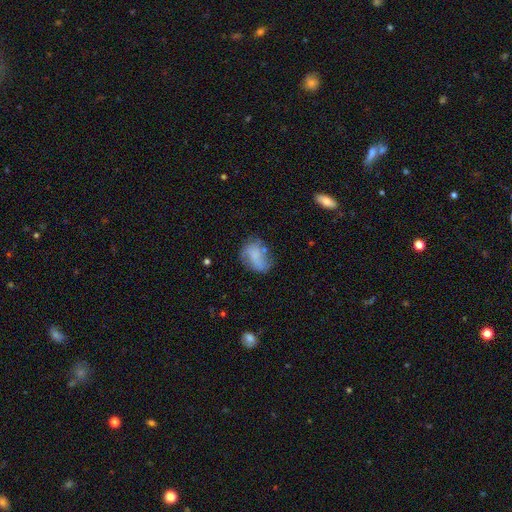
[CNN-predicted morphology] Smooth or featured? Predicted: smooth (p=0.64). How rounded? Predicted: in between (p=0.77). Merging? Predicted: none (p=0.46).